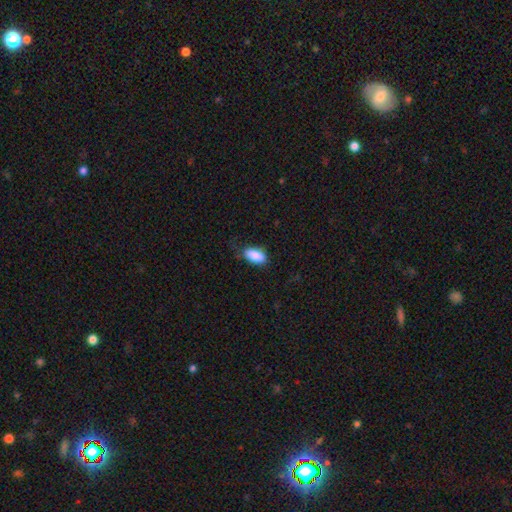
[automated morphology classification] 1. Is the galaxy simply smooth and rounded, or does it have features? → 88% smooth, 7% star or artifact, 6% featured or disk.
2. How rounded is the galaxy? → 91% in between, 6% cigar-shaped, 3% round.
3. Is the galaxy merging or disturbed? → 67% none, 25% minor disturbance, 7% major disturbance, 1% merger.